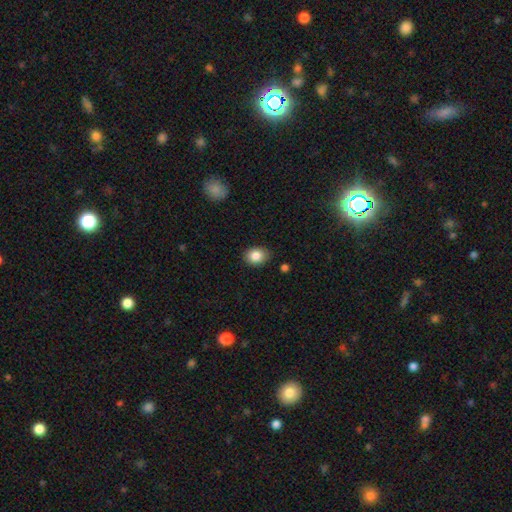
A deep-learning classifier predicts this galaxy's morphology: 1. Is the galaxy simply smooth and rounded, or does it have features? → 85% smooth, 9% star or artifact, 6% featured or disk.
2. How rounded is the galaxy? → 56% in between, 43% round, 1% cigar-shaped.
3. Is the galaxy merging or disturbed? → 84% none, 12% minor disturbance, 2% major disturbance, 2% merger.